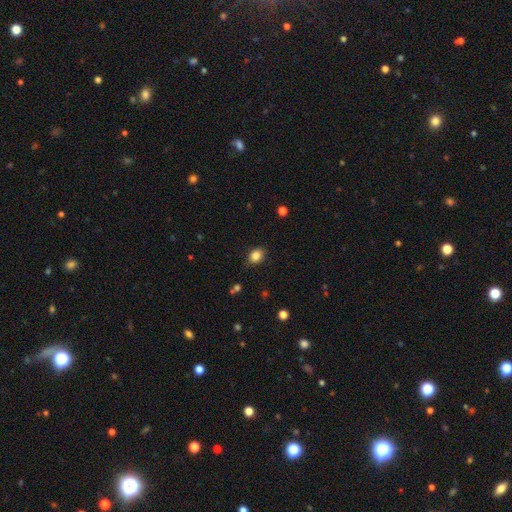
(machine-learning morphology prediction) The model was most divided on "how rounded": in between: 63%, round: 36%, cigar-shaped: 1%. More confident: smooth or featured — smooth (85%); merging — none (84%).